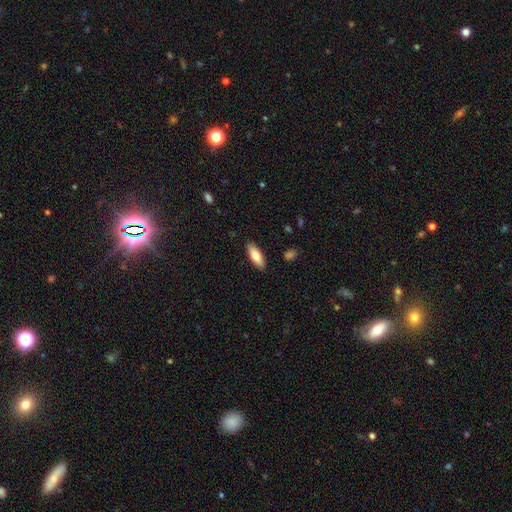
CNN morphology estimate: Smooth or featured? Predicted: smooth (p=0.77). How rounded? Predicted: in between (p=0.68). Merging? Predicted: none (p=0.89).